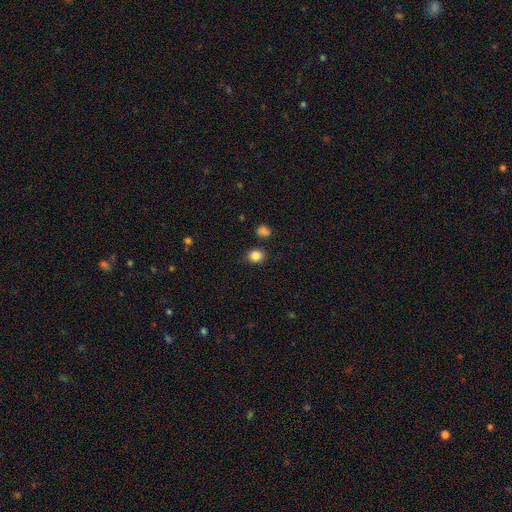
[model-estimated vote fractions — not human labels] This appears to be a smooth galaxy with no disk features (85%) that is round (71%). Merging: none (84%).